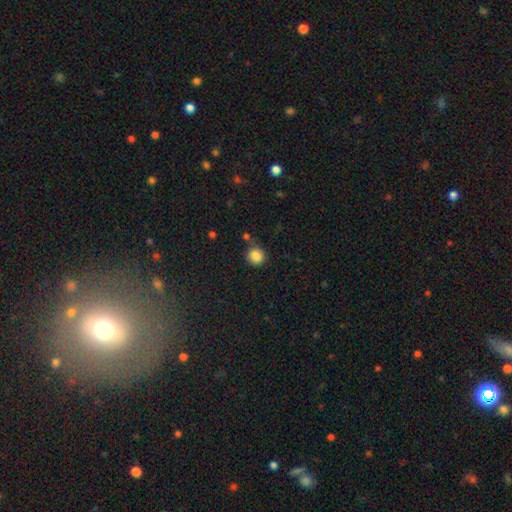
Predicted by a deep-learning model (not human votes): A smooth galaxy with no disk features (86%) that is round (87%).

Vote fractions:
- Smooth or featured? smooth: 86% / star or artifact: 10% / featured or disk: 4%
- How rounded? round: 87% / in between: 12% / cigar-shaped: 1%
- Merging? none: 80% / minor disturbance: 12% / merger: 5% / major disturbance: 3%